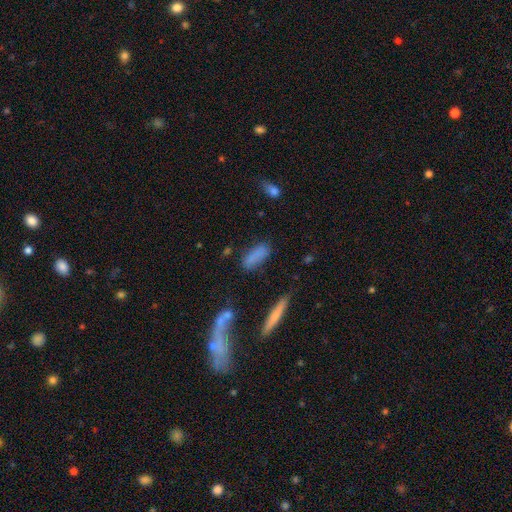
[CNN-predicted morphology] smooth_or_featured: smooth (p=0.79) [alt: featured or disk p=0.11]
how_rounded: in between (p=0.69) [alt: cigar-shaped p=0.28]
merging: none (p=0.70) [alt: minor disturbance p=0.18]